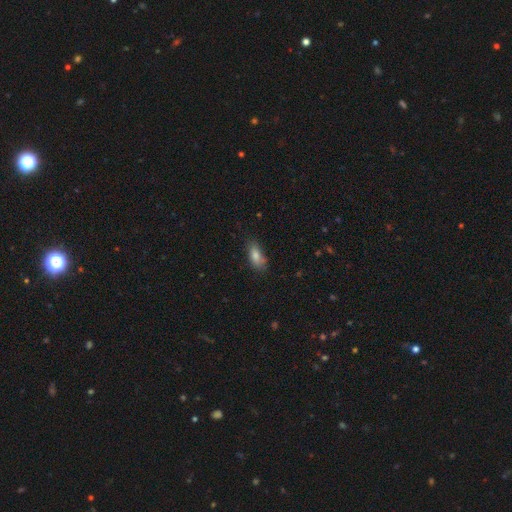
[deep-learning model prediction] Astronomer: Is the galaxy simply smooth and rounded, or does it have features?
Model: smooth — 80%.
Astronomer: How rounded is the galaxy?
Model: in between — 82%.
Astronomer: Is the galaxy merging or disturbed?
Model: none — 68%.